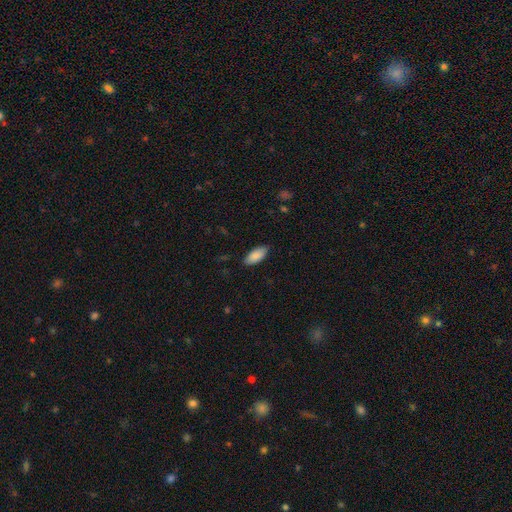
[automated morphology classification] Smooth or featured?
  - smooth: 88% *
  - star or artifact: 6%
  - featured or disk: 6%
How rounded?
  - in between: 89% *
  - cigar-shaped: 9%
  - round: 2%
Merging?
  - none: 84% *
  - minor disturbance: 13%
  - major disturbance: 2%
  - merger: 1%